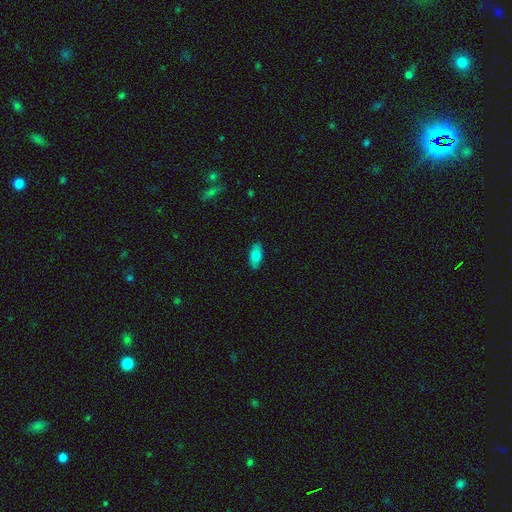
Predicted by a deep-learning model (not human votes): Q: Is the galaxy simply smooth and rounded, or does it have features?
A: smooth — 76%.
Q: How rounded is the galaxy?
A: in between — 89%.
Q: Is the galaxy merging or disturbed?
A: none — 87%.